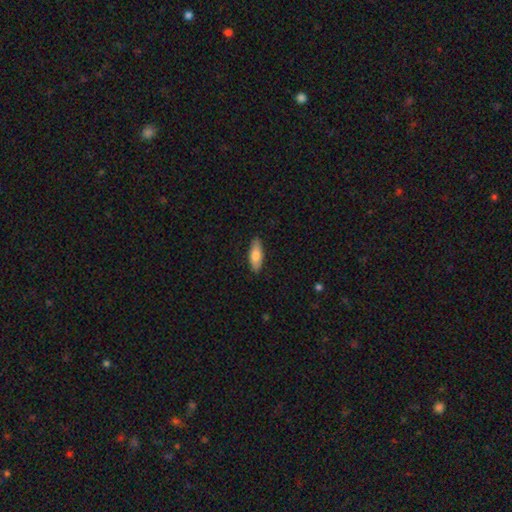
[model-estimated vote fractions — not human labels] Smooth or featured: smooth — 77% (featured or disk — 17%)
How rounded: in between — 64% (cigar-shaped — 33%)
Merging: none — 88% (minor disturbance — 9%)